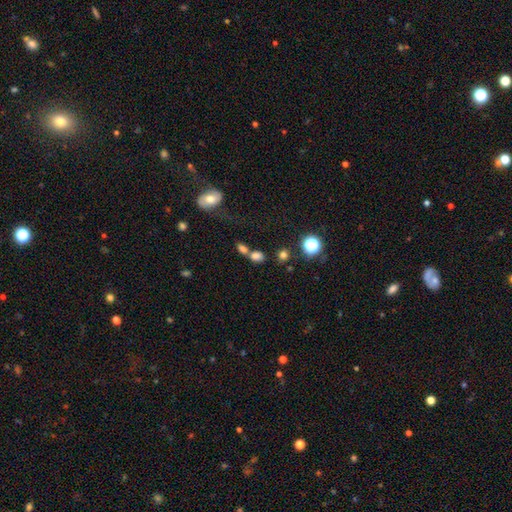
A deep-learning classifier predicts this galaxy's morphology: Smooth or featured: smooth — 75% (star or artifact — 16%)
How rounded: in between — 66% (round — 31%)
Merging: merger — 46% (none — 40%)